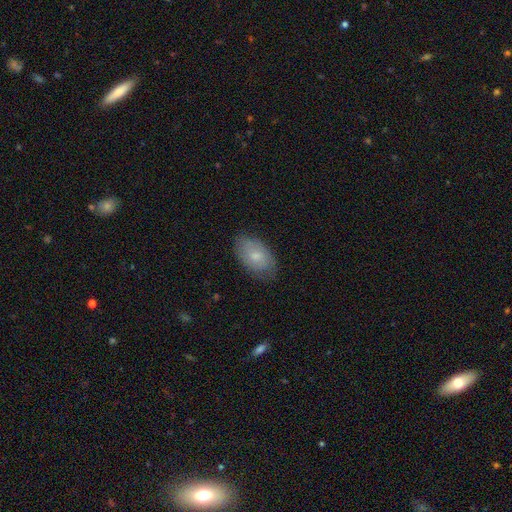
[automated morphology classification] Smooth or featured: smooth — 71% (featured or disk — 23%)
How rounded: in between — 93% (round — 6%)
Merging: none — 77% (minor disturbance — 19%)